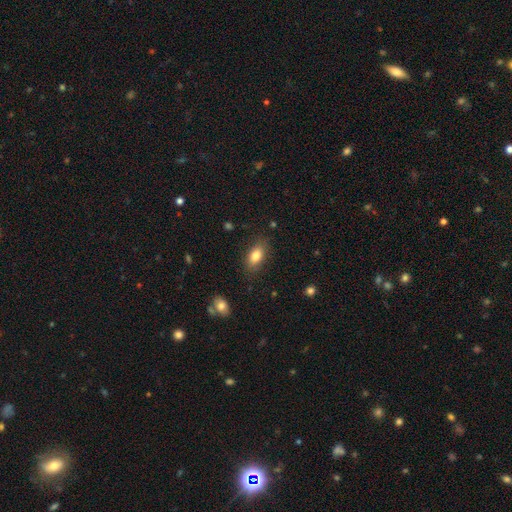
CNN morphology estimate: A smooth galaxy with no disk features (82%) that is in between round and cigar-shaped (88%).

Vote fractions:
- Smooth or featured? smooth: 82% / featured or disk: 10% / star or artifact: 8%
- How rounded? in between: 88% / round: 6% / cigar-shaped: 6%
- Merging? none: 83% / minor disturbance: 12% / major disturbance: 3% / merger: 1%